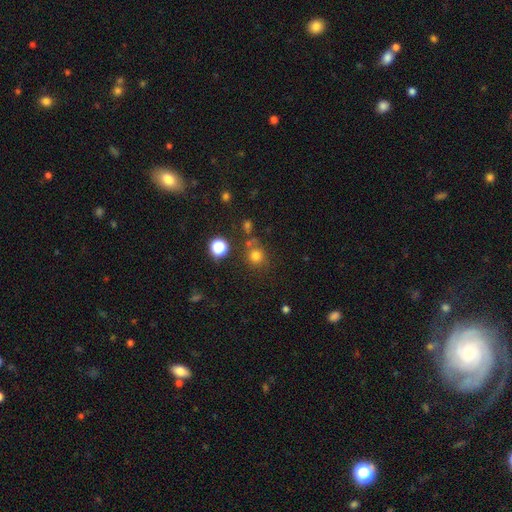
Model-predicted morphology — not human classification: This is likely a smooth galaxy (76%). How rounded: clearly round (87%). Merging: likely none (72%).